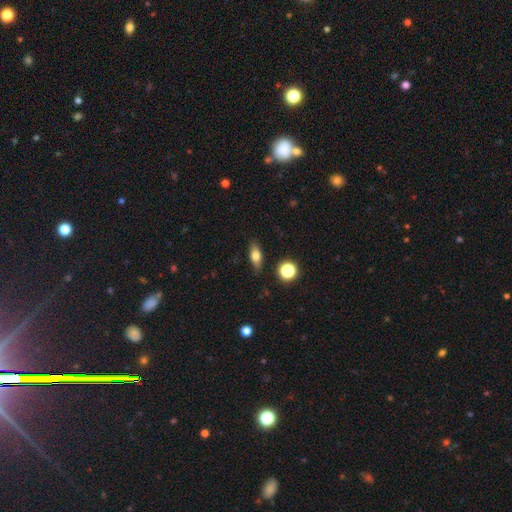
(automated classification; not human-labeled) The model was most divided on "how rounded": in between: 68%, cigar-shaped: 22%, round: 10%. More confident: merging — none (84%); smooth or featured — smooth (68%).